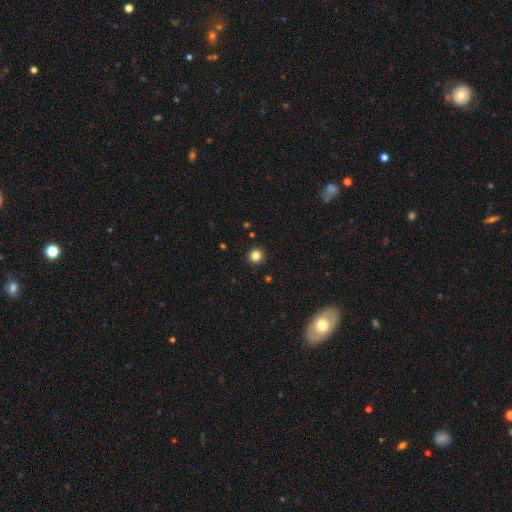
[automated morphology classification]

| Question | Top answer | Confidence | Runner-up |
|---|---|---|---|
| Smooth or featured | smooth | 83% | star or artifact (12%) |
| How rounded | round | 95% | in between (4%) |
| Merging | none | 93% | minor disturbance (5%) |